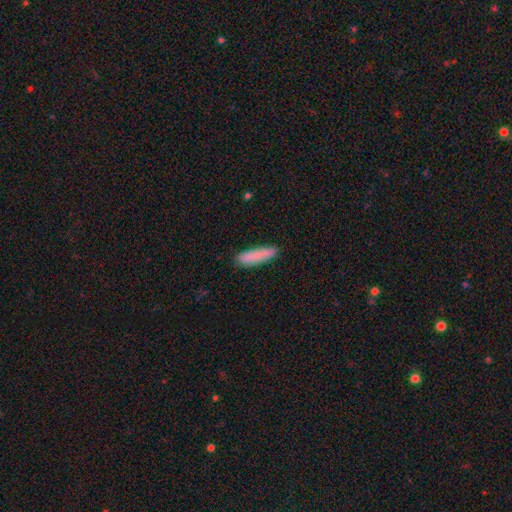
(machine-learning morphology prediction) A smooth galaxy with no disk features (86%) that is cigar-shaped (77%). Merging: none (87%).